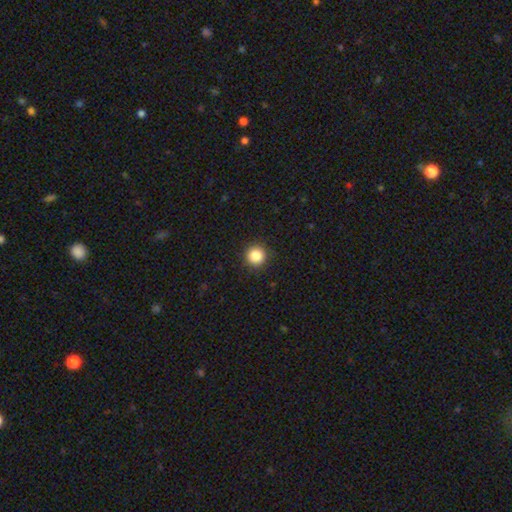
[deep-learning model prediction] A smooth galaxy with no disk features (85%) that is round (95%). Merging: none (92%).